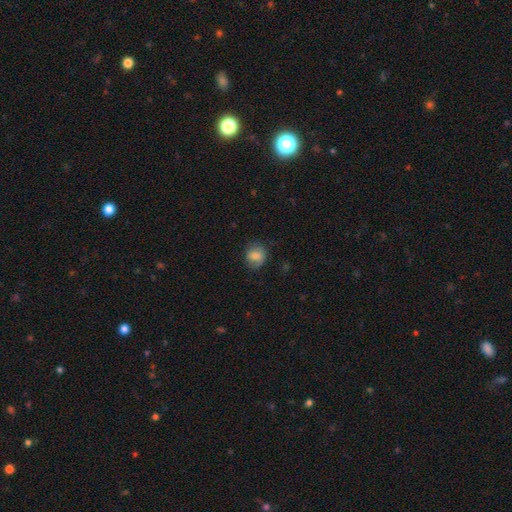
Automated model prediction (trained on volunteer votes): Smooth or featured?
  - smooth: 78% *
  - featured or disk: 14%
  - star or artifact: 9%
How rounded?
  - round: 68% *
  - in between: 31%
  - cigar-shaped: 1%
Merging?
  - none: 72% *
  - minor disturbance: 20%
  - major disturbance: 7%
  - merger: 1%